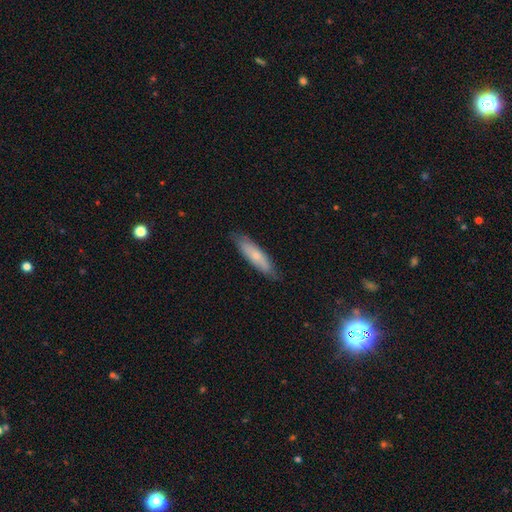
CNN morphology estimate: A smooth galaxy with no disk features (67%) that is cigar-shaped (69%). Merging: none (82%).